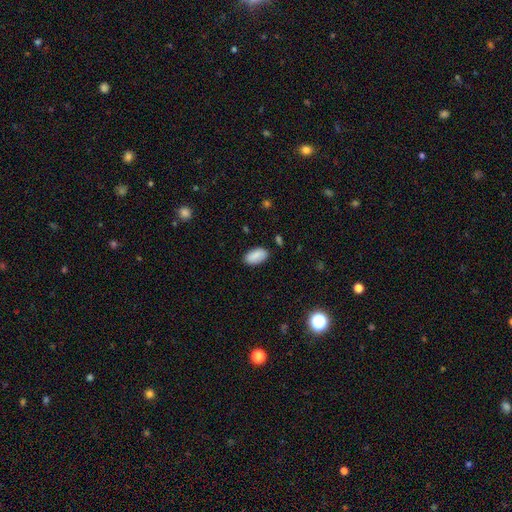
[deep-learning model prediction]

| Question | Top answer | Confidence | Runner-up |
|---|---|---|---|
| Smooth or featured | smooth | 87% | star or artifact (7%) |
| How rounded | in between | 94% | round (3%) |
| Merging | none | 84% | minor disturbance (12%) |